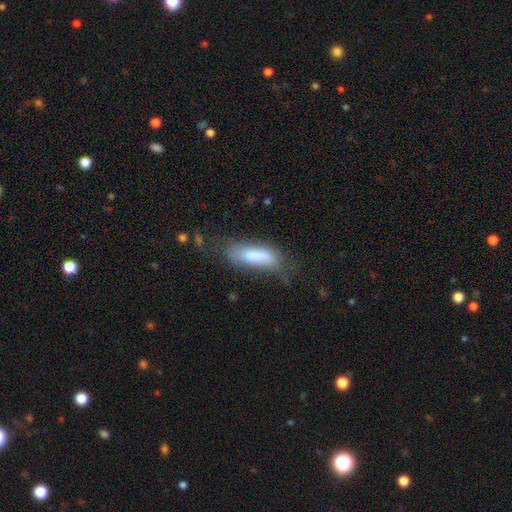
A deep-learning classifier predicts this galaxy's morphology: smooth 73%, featured or disk 19%, star or artifact 8%. Down the decision tree: how rounded — cigar-shaped (50%); merging — none (49%).